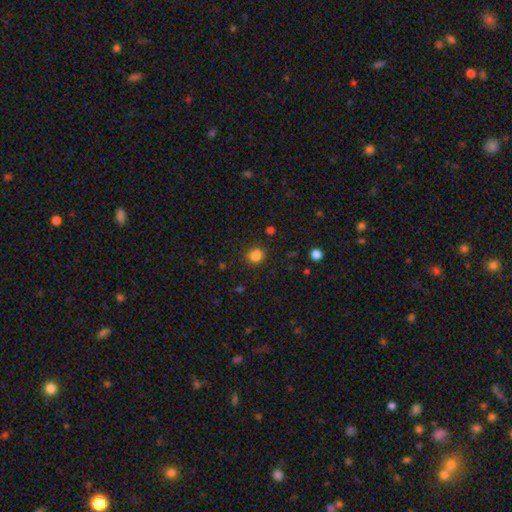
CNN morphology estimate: smooth-or-featured: smooth: 83% | star or artifact: 13% | featured or disk: 4%
  how-rounded: round: 77% | in between: 22% | cigar-shaped: 1%
  merging: none: 86% | minor disturbance: 10% | major disturbance: 3% | merger: 2%